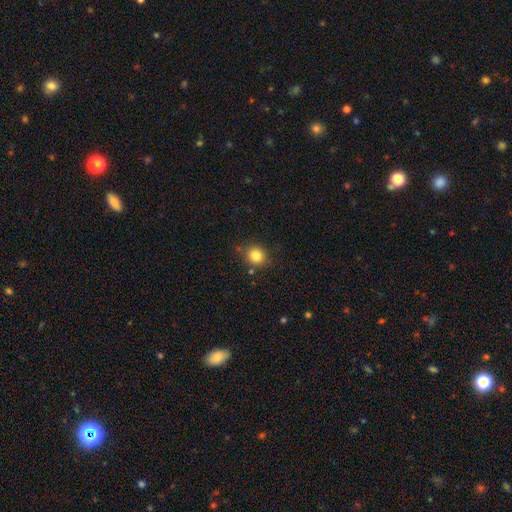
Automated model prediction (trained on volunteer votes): Overall: smooth (83%). How rounded: round (80%). Merging: none (79%).